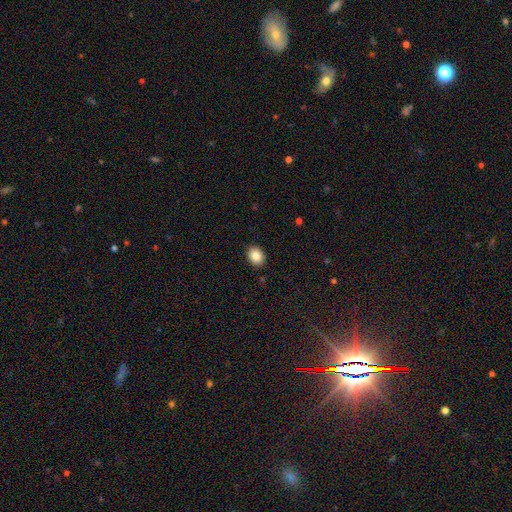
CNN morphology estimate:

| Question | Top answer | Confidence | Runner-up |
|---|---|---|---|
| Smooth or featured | smooth | 87% | star or artifact (8%) |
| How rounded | in between | 59% | round (40%) |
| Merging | none | 90% | minor disturbance (7%) |